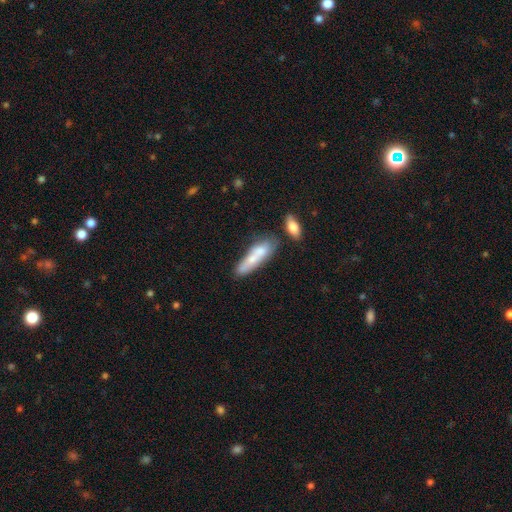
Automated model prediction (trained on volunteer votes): Smooth or featured? smooth (62%)
How rounded? cigar-shaped (67%)
Merging? none (39%)